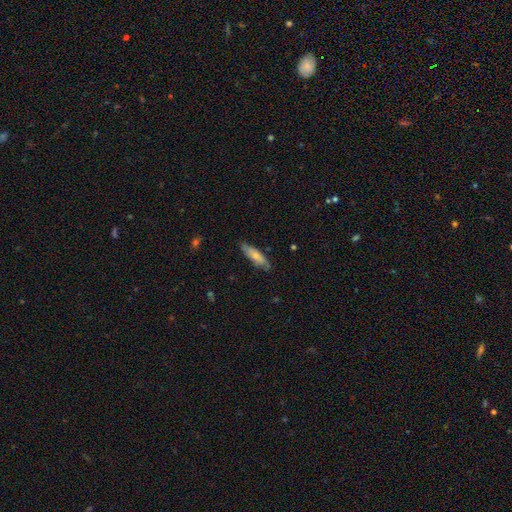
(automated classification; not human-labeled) smooth_or_featured: smooth (p=0.65) [alt: featured or disk p=0.30]
how_rounded: cigar-shaped (p=0.60) [alt: in between p=0.39]
merging: none (p=0.78) [alt: minor disturbance p=0.18]